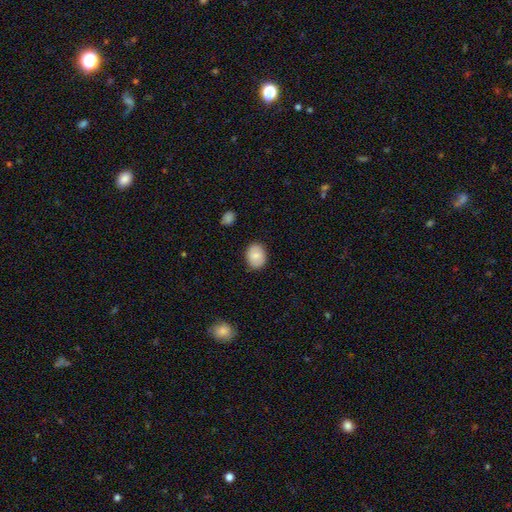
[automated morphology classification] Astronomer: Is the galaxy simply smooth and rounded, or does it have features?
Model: smooth — 83%.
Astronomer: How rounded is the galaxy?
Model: in between — 63%.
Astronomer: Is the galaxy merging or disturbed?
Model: none — 85%.